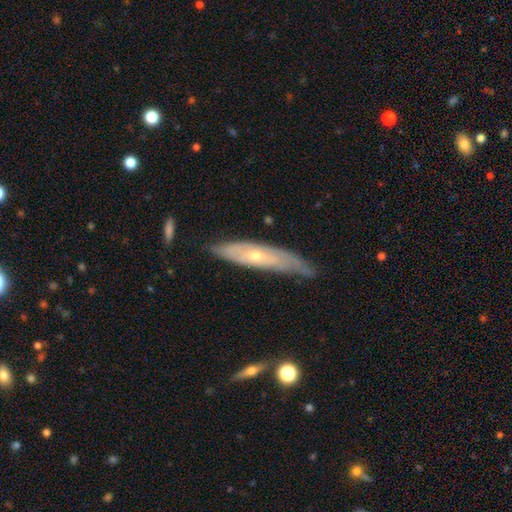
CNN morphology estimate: Smooth or featured: featured or disk — 63% (smooth — 30%)
Edge-on disk: no — 52% (yes — 48%)
Merging: none — 61% (minor disturbance — 29%)